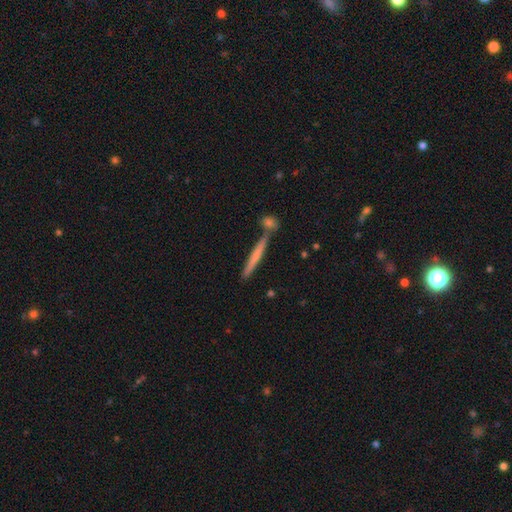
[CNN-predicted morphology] Smooth or featured? smooth (58%)
How rounded? cigar-shaped (96%)
Merging? none (77%)